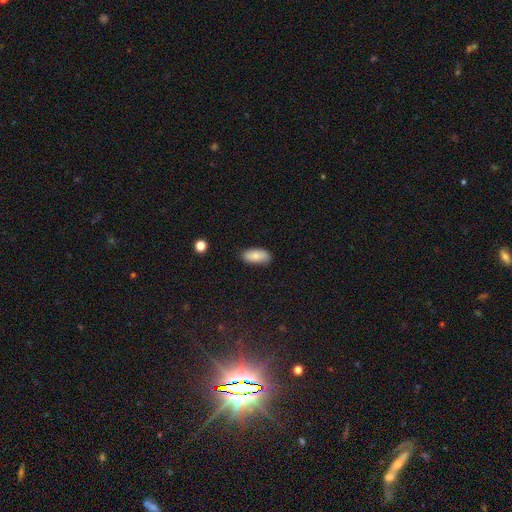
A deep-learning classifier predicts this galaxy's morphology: Smooth or featured?
  - smooth: 83% *
  - featured or disk: 11%
  - star or artifact: 7%
How rounded?
  - in between: 90% *
  - cigar-shaped: 8%
  - round: 2%
Merging?
  - none: 83% *
  - minor disturbance: 13%
  - major disturbance: 2%
  - merger: 1%